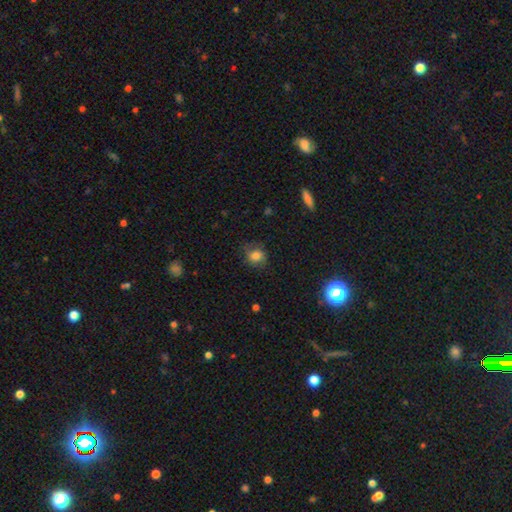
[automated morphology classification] A smooth galaxy with no disk features (72%) that is round (72%). Merging: none (68%).